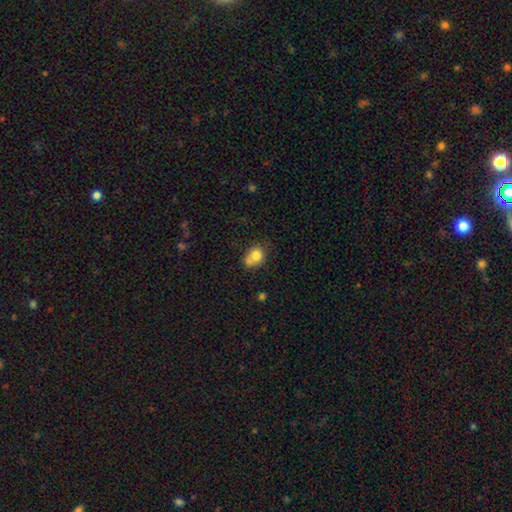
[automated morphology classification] This is likely a smooth galaxy (77%). How rounded: possibly round (58%). Merging: marginally none (41%).